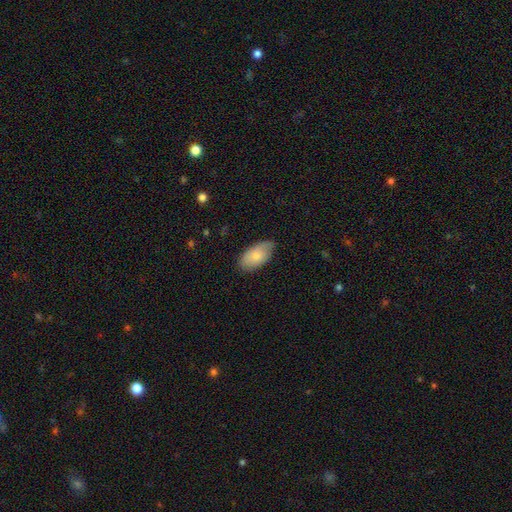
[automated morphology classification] This is likely a smooth galaxy (75%). How rounded: clearly in between (95%). Merging: likely none (70%).